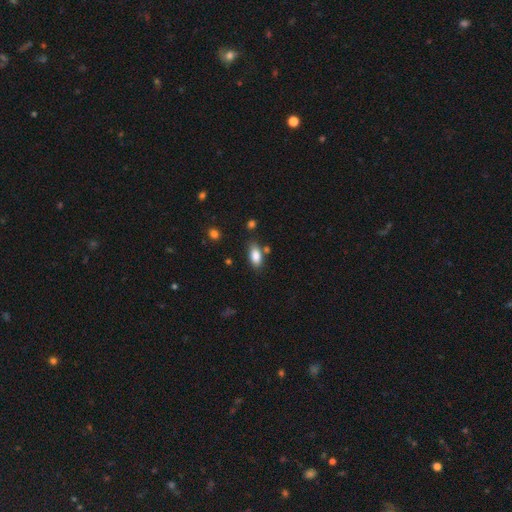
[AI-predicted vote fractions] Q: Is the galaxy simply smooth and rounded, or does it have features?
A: smooth — 85%.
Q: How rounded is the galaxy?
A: in between — 90%.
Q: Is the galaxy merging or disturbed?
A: none — 77%.